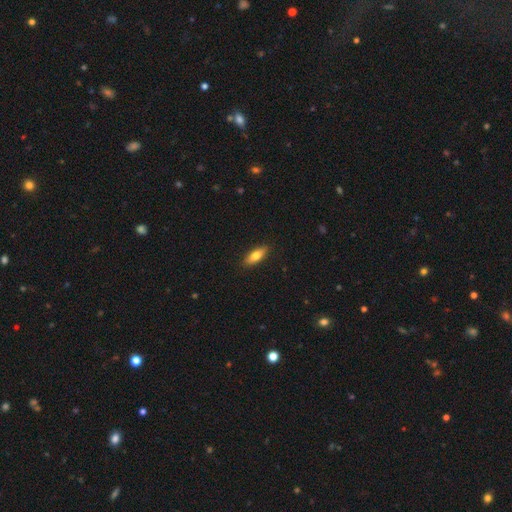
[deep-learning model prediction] This appears to be a smooth galaxy with no disk features (78%) that is in between round and cigar-shaped (73%). Merging: none (89%).